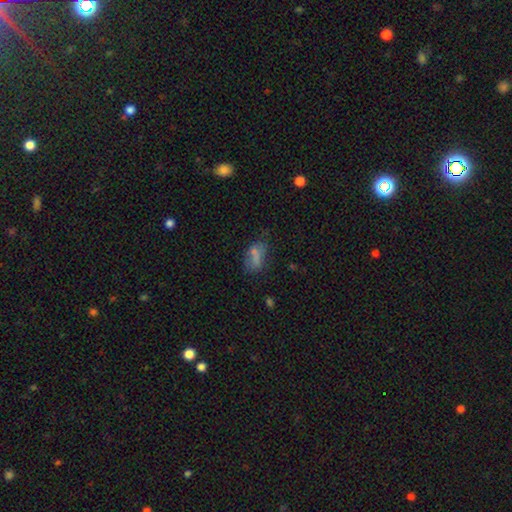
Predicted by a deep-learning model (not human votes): Q: Smooth or featured?
A: smooth (68%); runner-up: featured or disk (19%)
Q: How rounded?
A: in between (85%); runner-up: round (9%)
Q: Merging?
A: none (46%); runner-up: minor disturbance (24%)